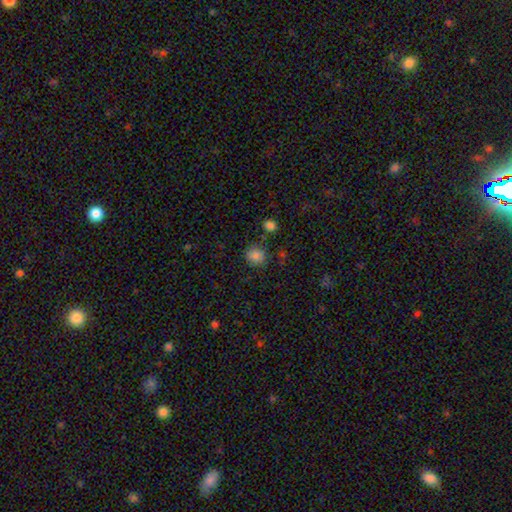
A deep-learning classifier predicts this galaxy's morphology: Overall: smooth (84%). How rounded: round (84%). Merging: none (81%).